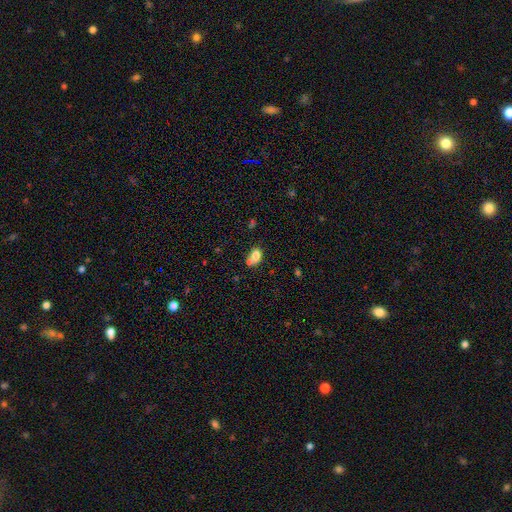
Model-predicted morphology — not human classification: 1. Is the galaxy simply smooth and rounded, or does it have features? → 76% smooth, 14% featured or disk, 10% star or artifact.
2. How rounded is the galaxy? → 73% in between, 25% round, 2% cigar-shaped.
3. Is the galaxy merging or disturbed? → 40% merger, 37% none, 16% minor disturbance, 7% major disturbance.